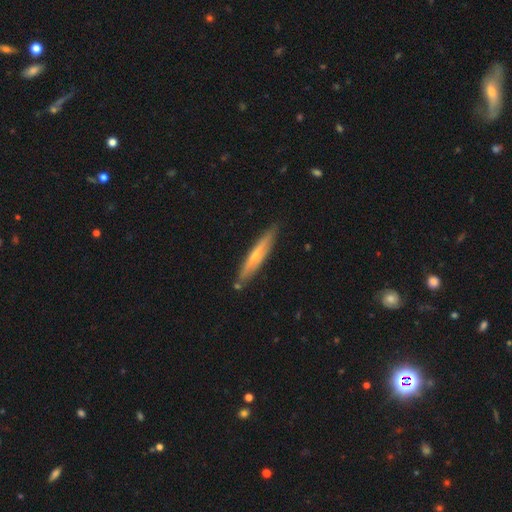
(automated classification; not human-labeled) smooth-or-featured: featured or disk: 53% | smooth: 42% | star or artifact: 6%
  disk-edge-on: yes: 88% | no: 12%
  merging: none: 84% | minor disturbance: 11% | merger: 3% | major disturbance: 2%